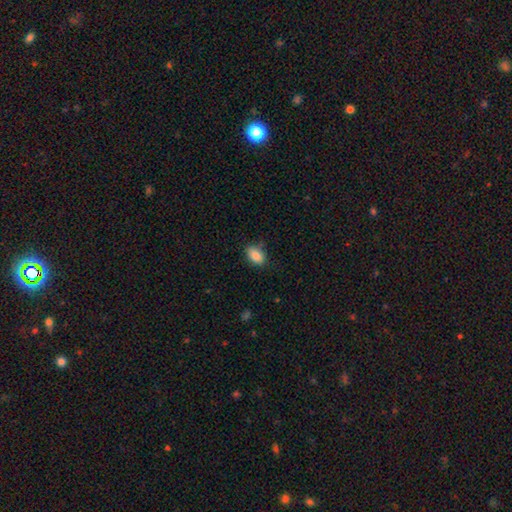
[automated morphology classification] Smooth or featured? smooth (87%)
How rounded? in between (88%)
Merging? none (74%)